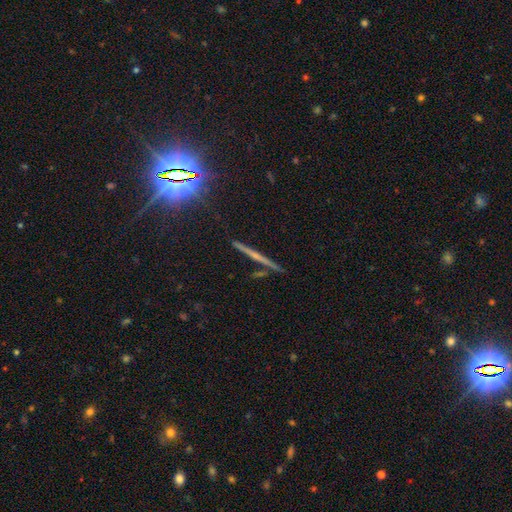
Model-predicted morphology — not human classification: The model was most divided on "smooth or featured": featured or disk: 57%, smooth: 27%, star or artifact: 16%. More confident: edge-on disk — yes (97%); merging — none (88%); edge-on bulge — none (61%).